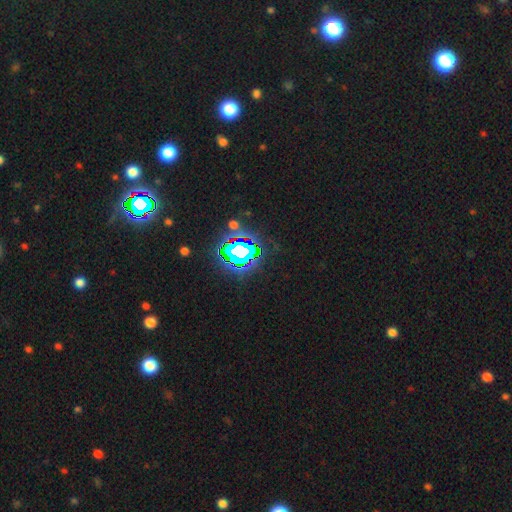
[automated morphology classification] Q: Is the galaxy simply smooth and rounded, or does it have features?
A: star or artifact — 82%.